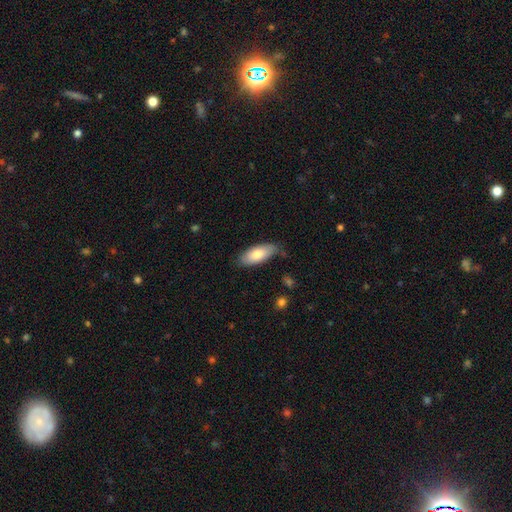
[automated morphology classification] Smooth or featured? Predicted: smooth (p=0.76). How rounded? Predicted: in between (p=0.82). Merging? Predicted: none (p=0.76).